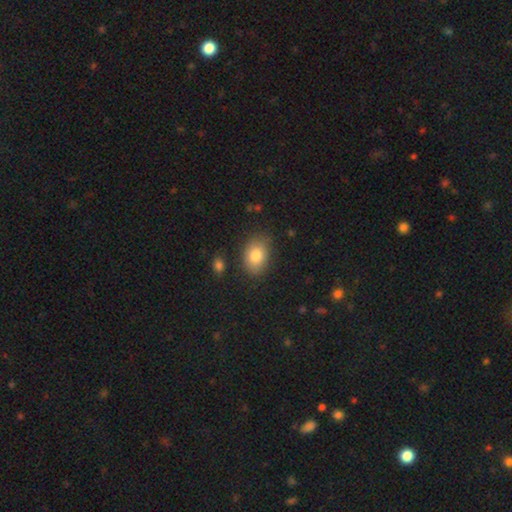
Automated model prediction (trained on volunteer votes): smooth 82%, featured or disk 10%, star or artifact 8%. Down the decision tree: how rounded — in between (79%); merging — none (80%).